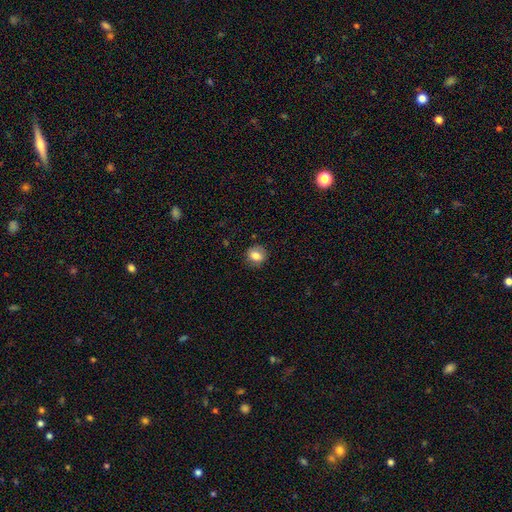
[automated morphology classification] The model was most divided on "how rounded": round: 71%, in between: 28%, cigar-shaped: 1%. More confident: merging — none (82%); smooth or featured — smooth (80%).